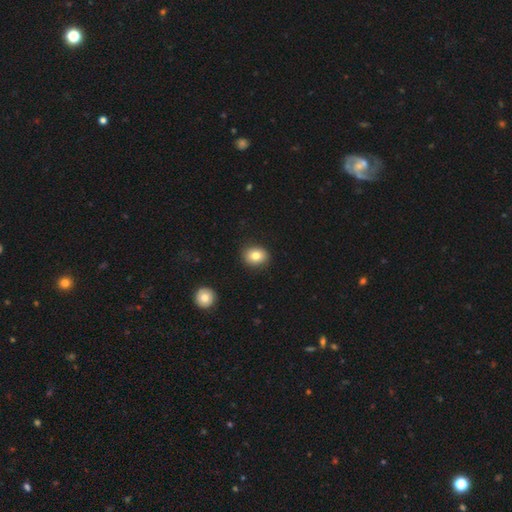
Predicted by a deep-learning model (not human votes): Q: Smooth or featured?
A: smooth (80%); runner-up: featured or disk (10%)
Q: How rounded?
A: round (60%); runner-up: in between (40%)
Q: Merging?
A: none (88%); runner-up: minor disturbance (8%)